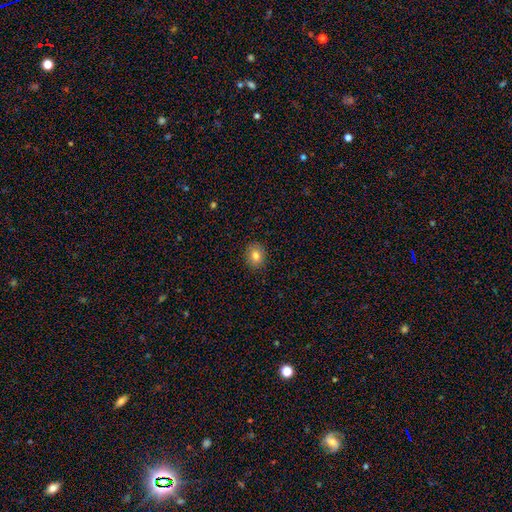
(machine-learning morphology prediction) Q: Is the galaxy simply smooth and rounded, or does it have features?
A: smooth — 82%.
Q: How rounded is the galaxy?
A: in between — 50%.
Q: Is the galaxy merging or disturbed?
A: none — 89%.